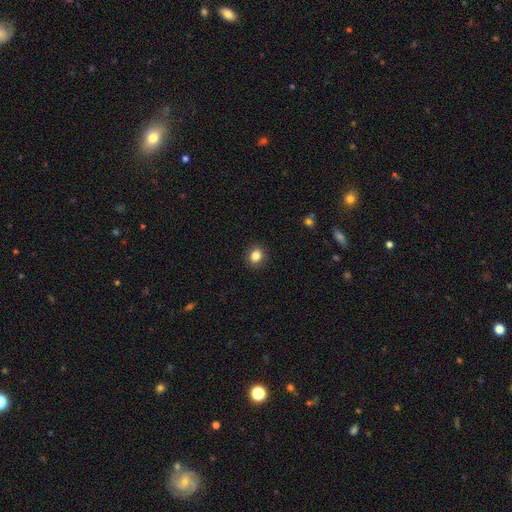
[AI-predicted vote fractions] A smooth galaxy with no disk features (85%) that is round (68%).

Vote fractions:
- Smooth or featured? smooth: 85% / star or artifact: 10% / featured or disk: 5%
- How rounded? round: 68% / in between: 31% / cigar-shaped: 1%
- Merging? none: 90% / minor disturbance: 7% / major disturbance: 2% / merger: 1%